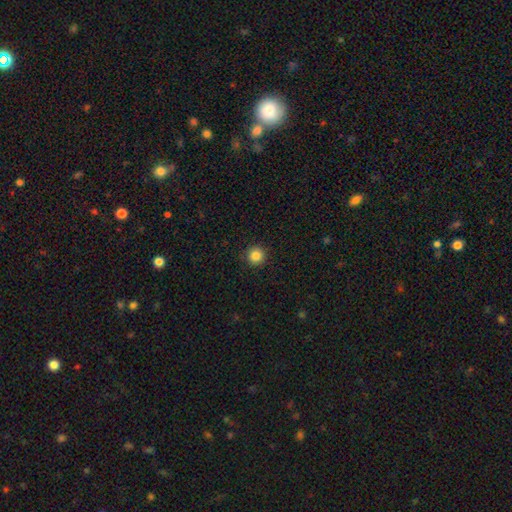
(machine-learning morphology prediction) type=smooth (84%); roundness=round (96%); merging=none (92%).